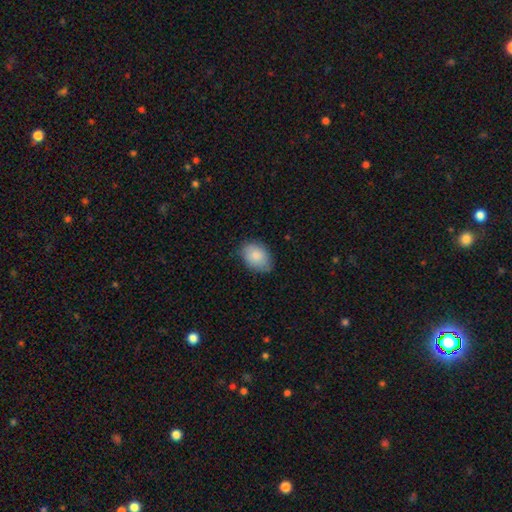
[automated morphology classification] This appears to be a smooth galaxy with no disk features (84%) that is in between round and cigar-shaped (82%). Merging: none (77%).